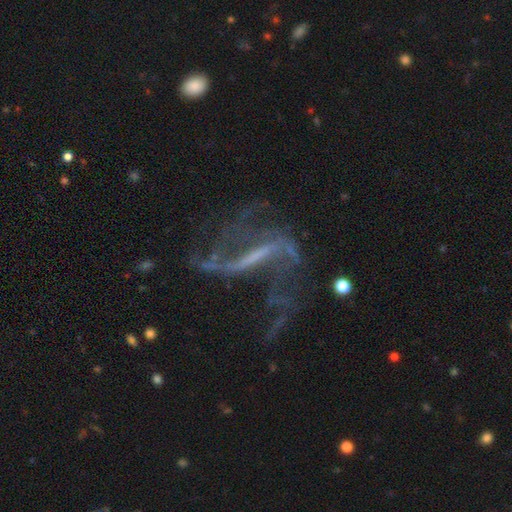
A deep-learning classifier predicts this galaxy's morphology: This is likely a featured or disk galaxy (79%). It is clearly not viewed edge-on (86%). Bar: likely strong (62%). Spiral arm pattern: clearly yes (80%). Spiral arm count: possibly 2 (60%). Spiral winding: likely loose (73%). Central bulge: possibly none (53%). Merging: marginally none (43%).